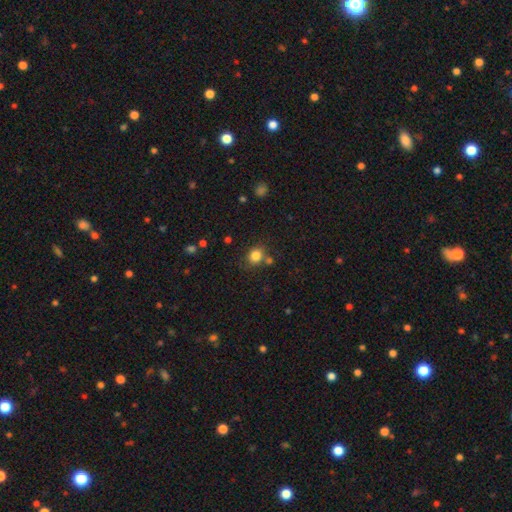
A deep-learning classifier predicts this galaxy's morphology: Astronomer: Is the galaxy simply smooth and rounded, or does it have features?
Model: smooth — 82%.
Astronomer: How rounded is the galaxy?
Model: round — 68%.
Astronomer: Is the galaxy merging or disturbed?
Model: none — 69%.